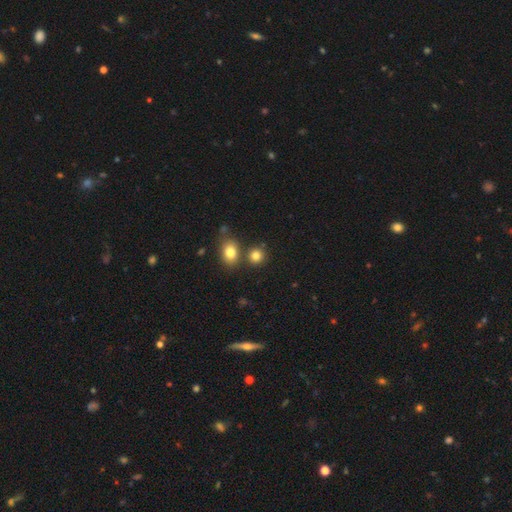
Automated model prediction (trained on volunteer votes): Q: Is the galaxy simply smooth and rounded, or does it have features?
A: smooth — 81%.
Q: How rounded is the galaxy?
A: round — 79%.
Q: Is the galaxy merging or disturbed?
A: none — 71%.